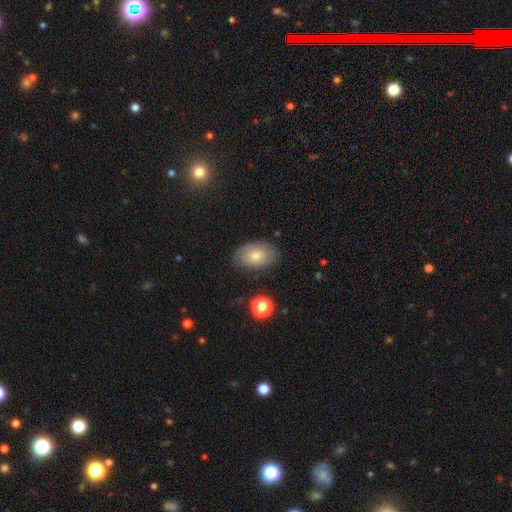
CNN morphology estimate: The model was most divided on "merging": none: 77%, minor disturbance: 17%, major disturbance: 4%, merger: 2%. More confident: how rounded — in between (89%); smooth or featured — smooth (78%).